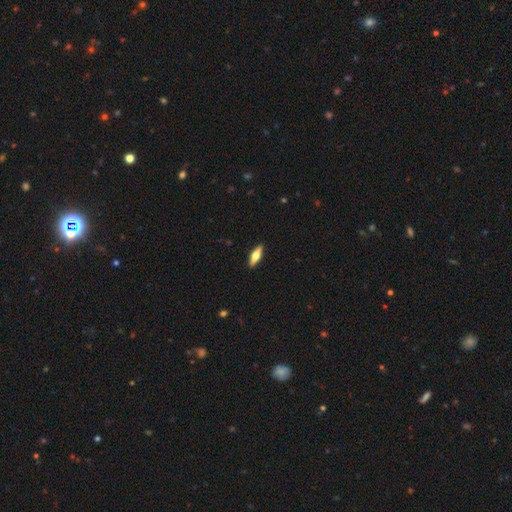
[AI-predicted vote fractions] smooth-or-featured: smooth: 52% | featured or disk: 42% | star or artifact: 6%
  how-rounded: in between: 51% | cigar-shaped: 46% | round: 3%
  merging: none: 90% | minor disturbance: 7% | major disturbance: 2% | merger: 1%